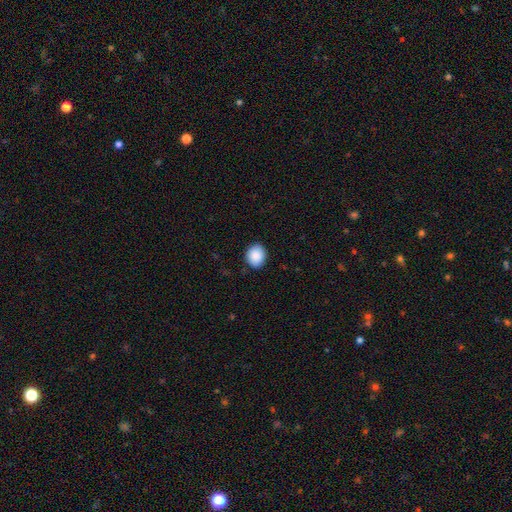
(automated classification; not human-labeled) smooth 90%, star or artifact 7%, featured or disk 3%. Down the decision tree: how rounded — round (70%); merging — none (87%).